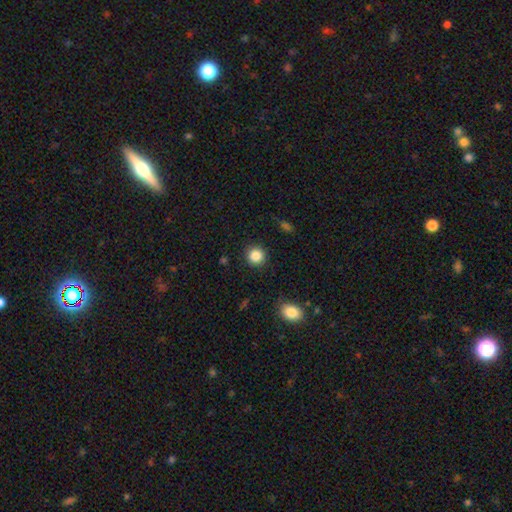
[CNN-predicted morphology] A smooth galaxy with no disk features (86%) that is round (92%). Merging: none (90%).